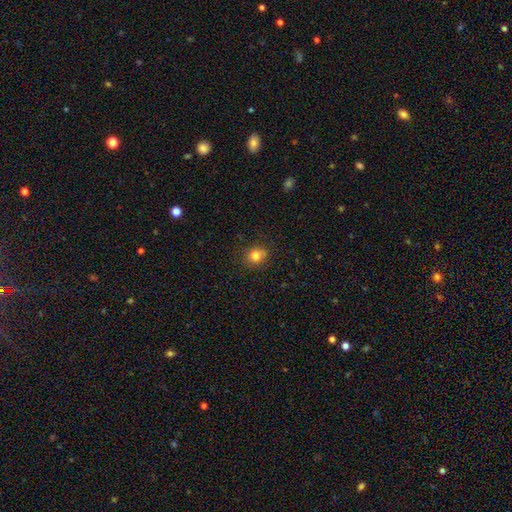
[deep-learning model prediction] A smooth galaxy with no disk features (81%) that is round (78%). Merging: none (86%).